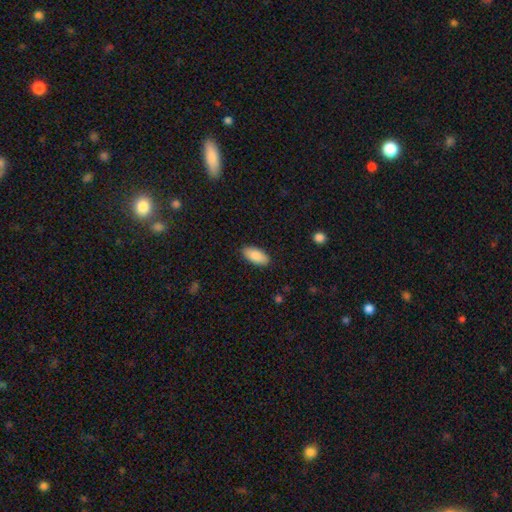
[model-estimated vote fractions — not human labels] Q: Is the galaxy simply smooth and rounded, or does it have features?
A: smooth — 88%.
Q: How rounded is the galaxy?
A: in between — 90%.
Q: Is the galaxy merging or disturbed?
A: none — 88%.